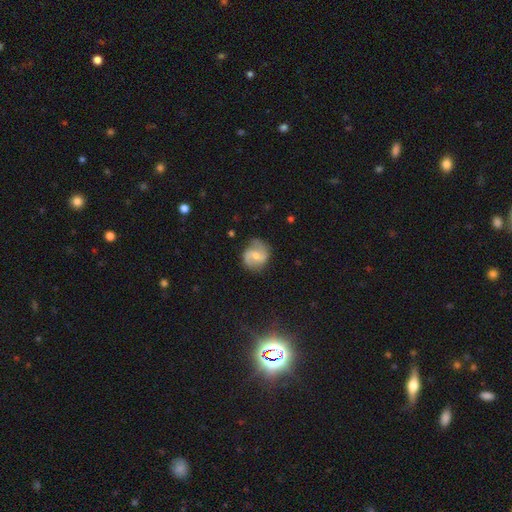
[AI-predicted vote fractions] The model was most divided on "bulge size": moderate: 48%, small: 42%, none: 6%, large: 3%, dominant: 1%. Remaining: edge-on disk — no (98%); spiral arms — yes (92%); spiral arm count — 2 (87%); merging — none (73%); smooth or featured — featured or disk (69%); bar — weak (51%); spiral winding — medium (47%).